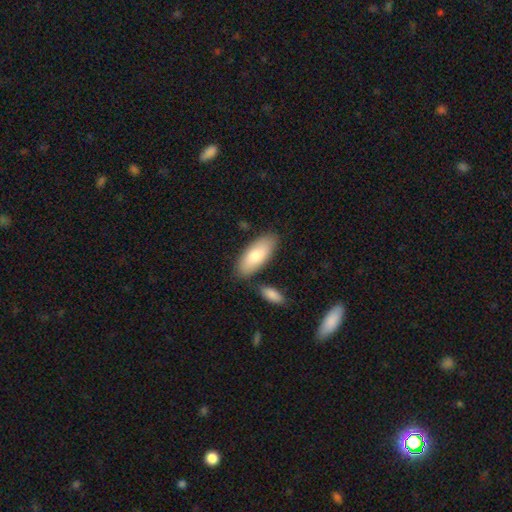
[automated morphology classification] Smooth or featured? smooth (78%)
How rounded? in between (83%)
Merging? none (79%)